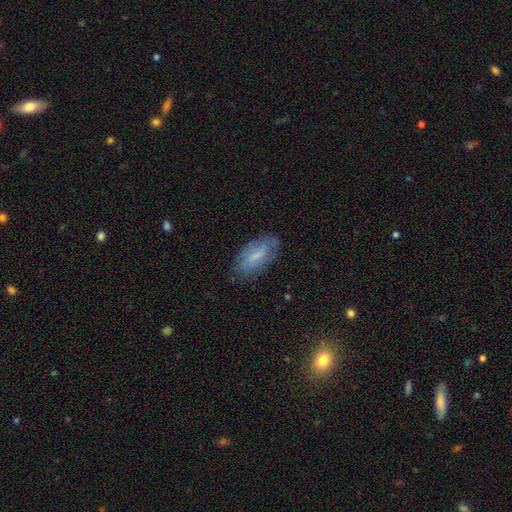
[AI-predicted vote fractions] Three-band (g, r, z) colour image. It shows a smooth galaxy with no disk features (59%) that is in between round and cigar-shaped (83%). Merging: none (72%).